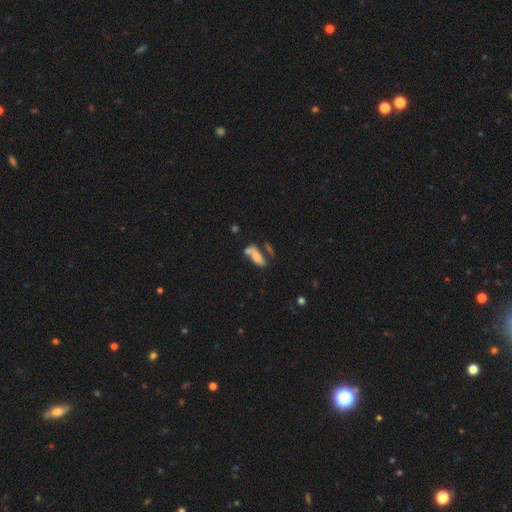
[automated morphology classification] This appears to be a smooth galaxy with no disk features (64%) that is in between round and cigar-shaped (72%). Merging: merger (39%).